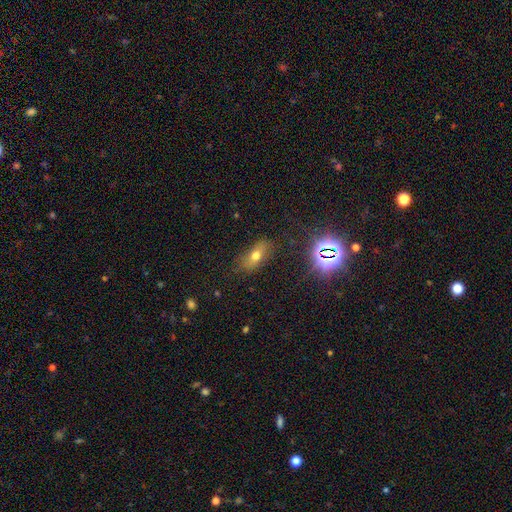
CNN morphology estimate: The model was most divided on "smooth or featured": smooth: 62%, featured or disk: 20%, star or artifact: 18%. More confident: how rounded — in between (78%); merging — none (77%).